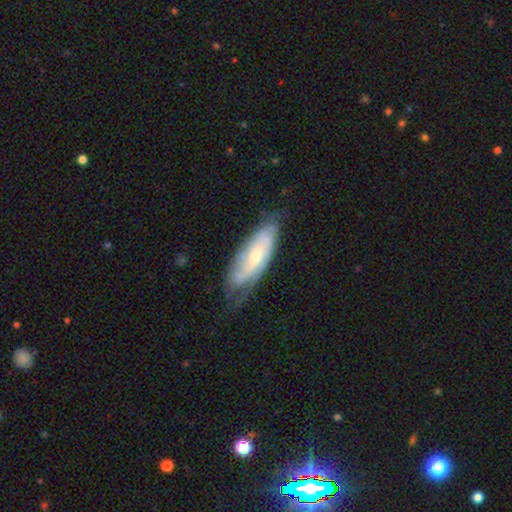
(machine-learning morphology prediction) Smooth or featured? Predicted: featured or disk (p=0.64). Edge-on disk? Predicted: no (p=0.83). Bar? Predicted: no (p=0.58). Spiral arms? Predicted: yes (p=0.83). Bulge size? Predicted: small (p=0.56). Merging? Predicted: none (p=0.61).